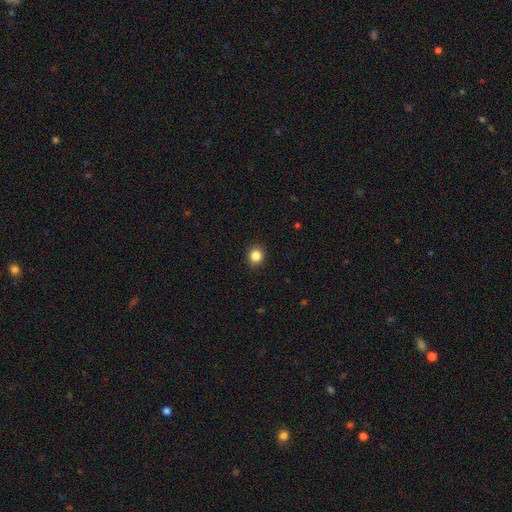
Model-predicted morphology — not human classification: The model was most divided on "how rounded": round: 83%, in between: 16%, cigar-shaped: 1%. More confident: merging — none (91%); smooth or featured — smooth (85%).